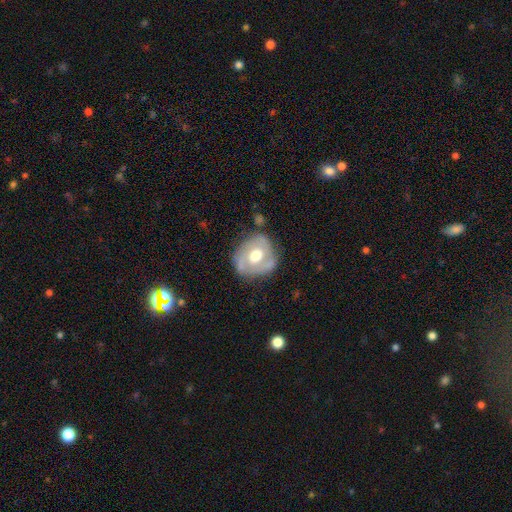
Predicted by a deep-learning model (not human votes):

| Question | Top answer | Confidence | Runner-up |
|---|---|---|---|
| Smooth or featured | featured or disk | 60% | smooth (34%) |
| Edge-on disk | no | 95% | yes (5%) |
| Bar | no | 71% | weak (24%) |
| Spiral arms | yes | 53% | no (47%) |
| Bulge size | moderate | 67% | large (25%) |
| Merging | none | 65% | minor disturbance (24%) |